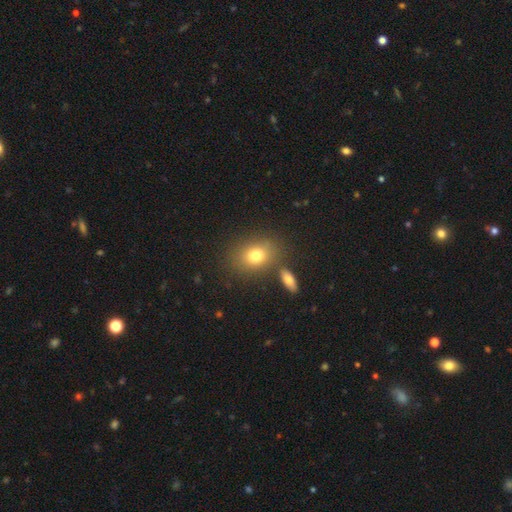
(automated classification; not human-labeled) smooth-or-featured: smooth: 76% | featured or disk: 12% | star or artifact: 12%
  how-rounded: in between: 59% | round: 39% | cigar-shaped: 1%
  merging: none: 74% | merger: 11% | minor disturbance: 11% | major disturbance: 4%